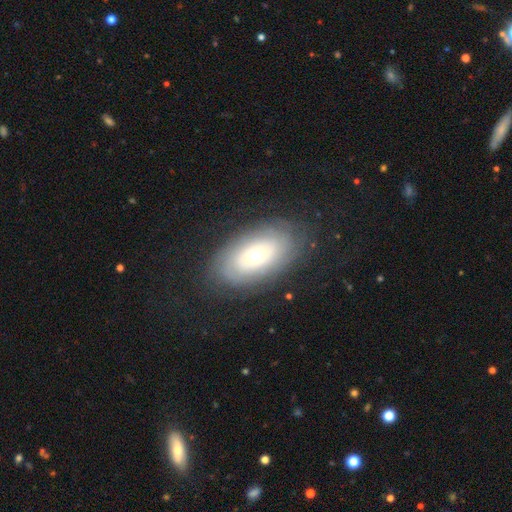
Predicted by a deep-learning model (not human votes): This appears to be a featured or disk galaxy (52%). Merging: none (80%).